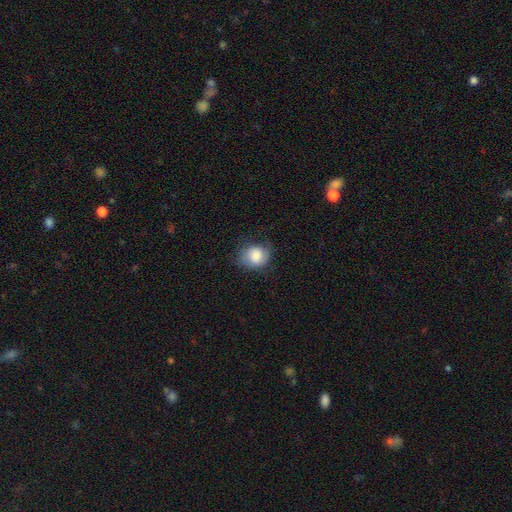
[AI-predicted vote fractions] Morphology: type=smooth (79%); roundness=round (64%); merging=none (60%).